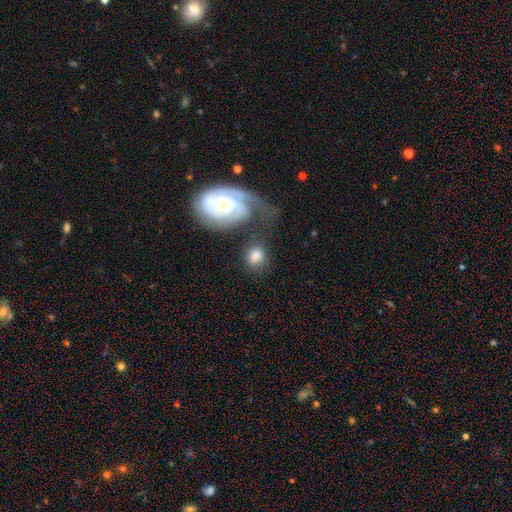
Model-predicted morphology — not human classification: This is likely a smooth galaxy (68%). How rounded: possibly in between (55%). Merging: possibly none (54%).